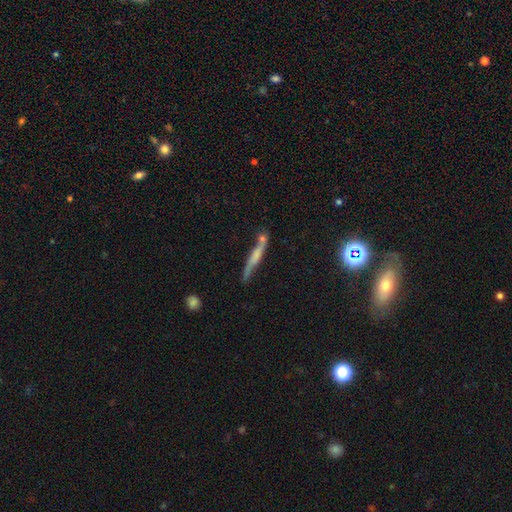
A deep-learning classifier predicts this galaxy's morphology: Smooth or featured? Predicted: featured or disk (p=0.46). Merging? Predicted: none (p=0.55).